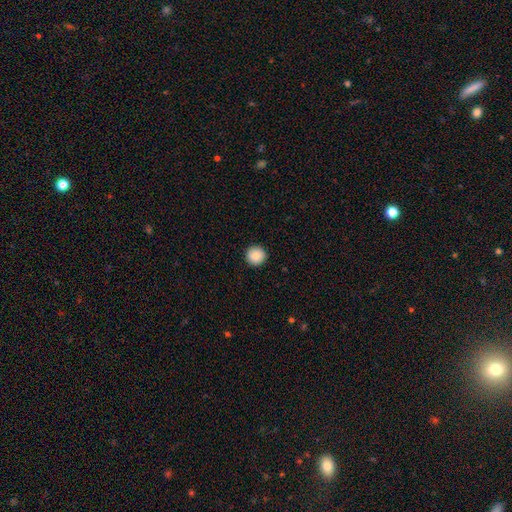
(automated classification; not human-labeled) A smooth galaxy with no disk features (89%) that is round (95%). Merging: none (93%).